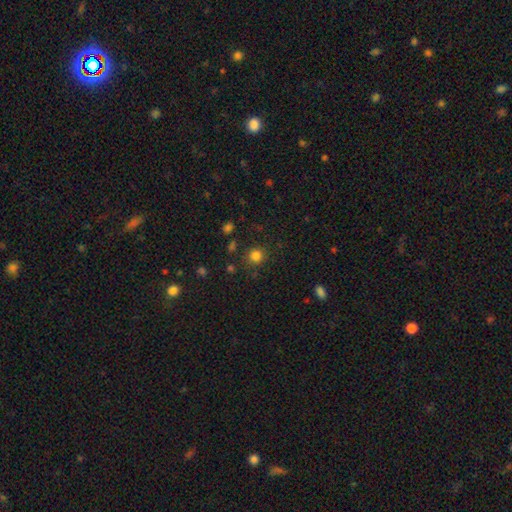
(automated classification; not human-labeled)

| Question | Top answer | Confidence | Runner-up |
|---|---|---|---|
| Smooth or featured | smooth | 81% | star or artifact (14%) |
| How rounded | round | 89% | in between (10%) |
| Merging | none | 85% | minor disturbance (9%) |